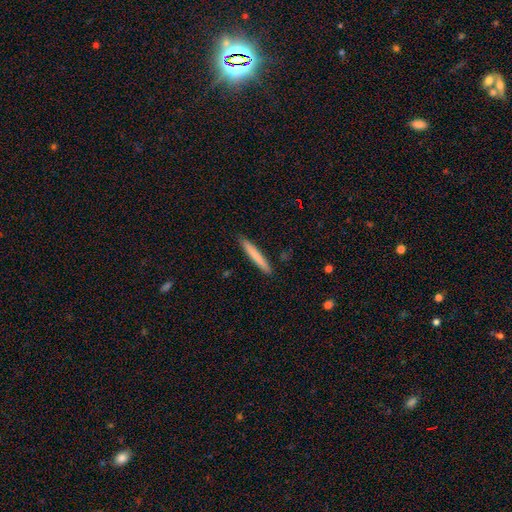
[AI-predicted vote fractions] Smooth or featured? Predicted: smooth (p=0.77). How rounded? Predicted: cigar-shaped (p=0.96). Merging? Predicted: none (p=0.91).